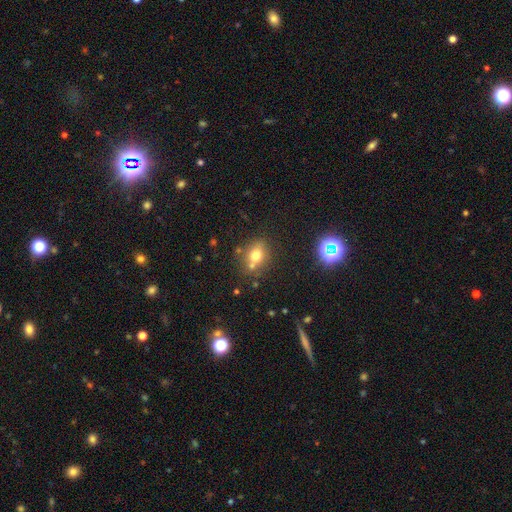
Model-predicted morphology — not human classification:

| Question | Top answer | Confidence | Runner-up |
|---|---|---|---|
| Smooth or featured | smooth | 68% | star or artifact (16%) |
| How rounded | round | 58% | in between (40%) |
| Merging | none | 66% | merger (16%) |